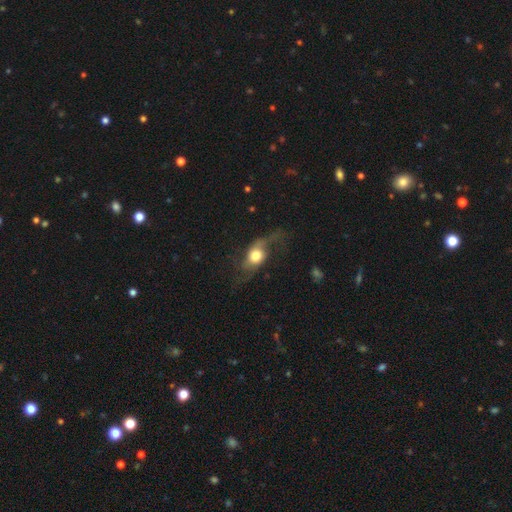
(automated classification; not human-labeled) Overall: featured or disk (54%; smooth 38%). Edge-on disk: no (90%). Merging: none (43%; major disturbance 35%).